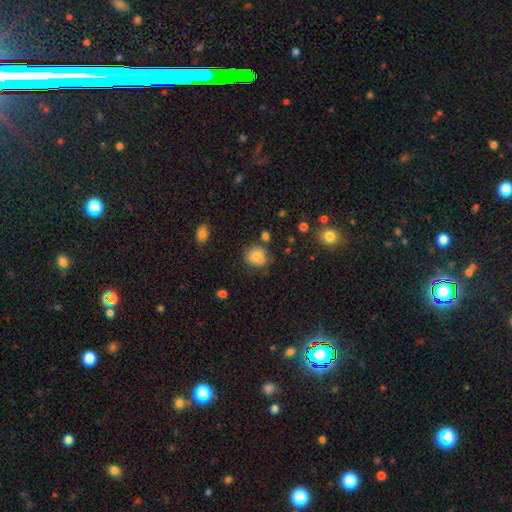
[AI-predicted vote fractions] This appears to be a smooth galaxy with no disk features (79%) that is round (79%). Merging: none (66%).